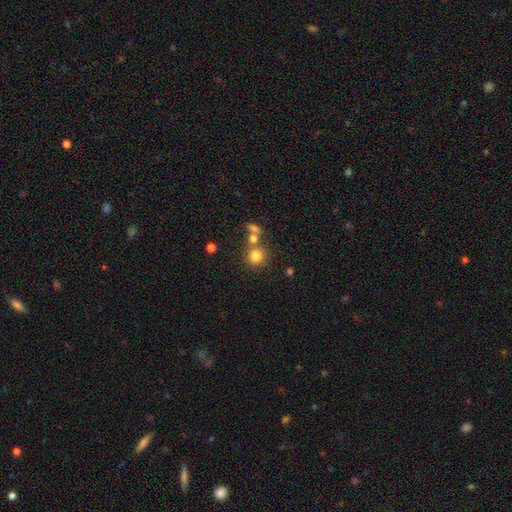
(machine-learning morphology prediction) This is likely a smooth galaxy (79%). How rounded: clearly round (89%). Merging: likely none (62%).